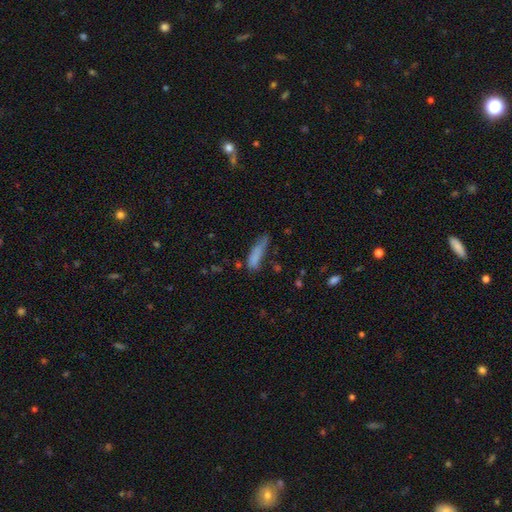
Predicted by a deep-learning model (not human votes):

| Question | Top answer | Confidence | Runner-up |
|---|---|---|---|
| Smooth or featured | smooth | 77% | featured or disk (13%) |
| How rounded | cigar-shaped | 68% | in between (30%) |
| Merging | none | 43% | minor disturbance (32%) |